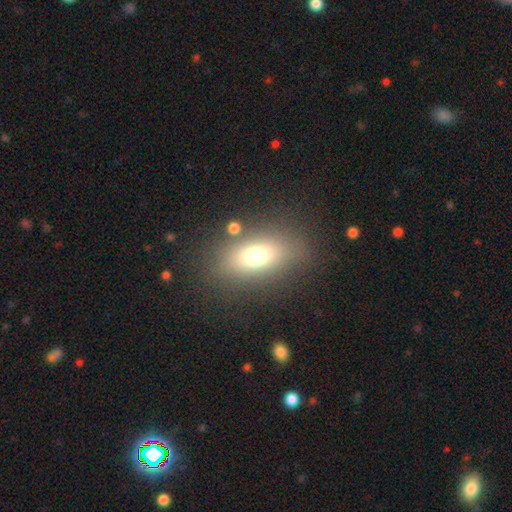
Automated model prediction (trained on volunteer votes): smooth-or-featured: smooth: 70% | featured or disk: 18% | star or artifact: 12%
  how-rounded: in between: 80% | round: 10% | cigar-shaped: 10%
  merging: none: 79% | minor disturbance: 11% | major disturbance: 6% | merger: 4%